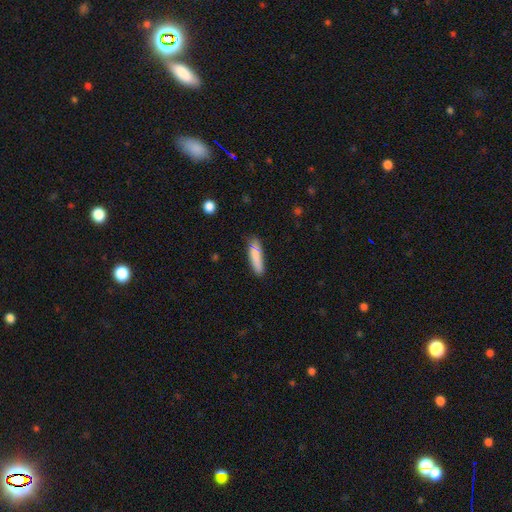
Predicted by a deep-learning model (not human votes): Overall: smooth (80%). How rounded: cigar-shaped (71%). Merging: none (70%).